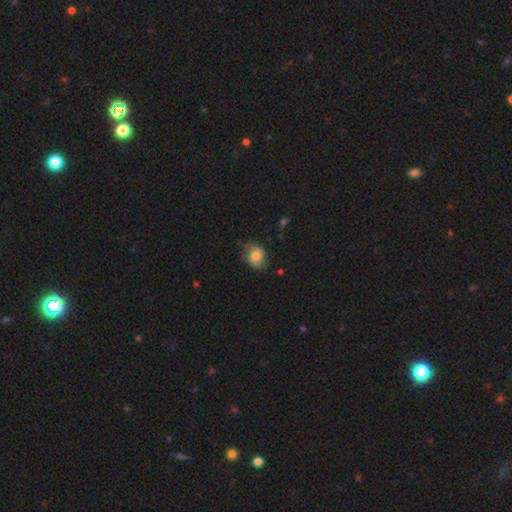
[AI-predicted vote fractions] Q: Smooth or featured?
A: smooth (67%); runner-up: featured or disk (25%)
Q: How rounded?
A: round (55%); runner-up: in between (44%)
Q: Merging?
A: none (65%); runner-up: minor disturbance (25%)